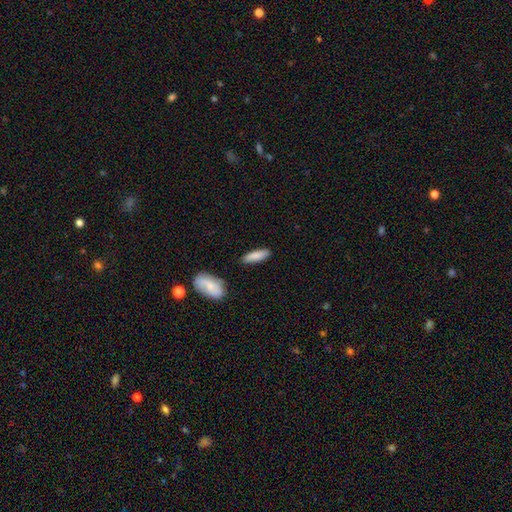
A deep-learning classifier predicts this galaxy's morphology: Smooth or featured?
  - smooth: 84% *
  - featured or disk: 10%
  - star or artifact: 6%
How rounded?
  - cigar-shaped: 53% *
  - in between: 45%
  - round: 2%
Merging?
  - none: 84% *
  - minor disturbance: 11%
  - merger: 3%
  - major disturbance: 2%